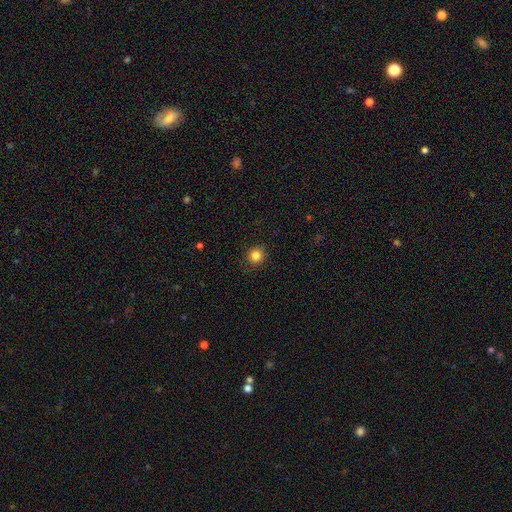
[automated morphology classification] smooth-or-featured: smooth: 83% | star or artifact: 12% | featured or disk: 5%
  how-rounded: round: 93% | in between: 7% | cigar-shaped: 1%
  merging: none: 91% | minor disturbance: 6% | major disturbance: 2% | merger: 1%